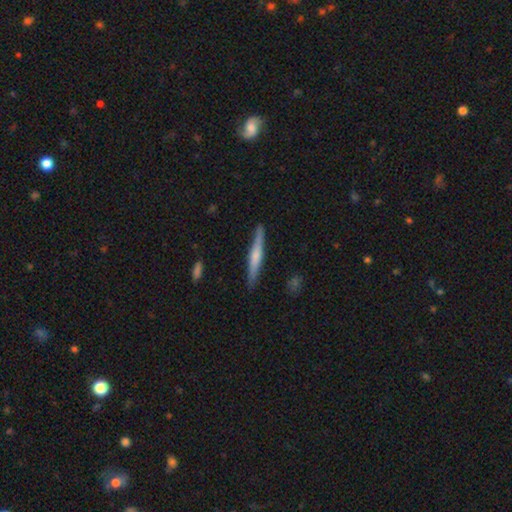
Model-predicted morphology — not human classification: This appears to be a featured or disk galaxy (55%) viewed edge-on (97%) with a rounded central bulge (58%). Merging: none (88%).